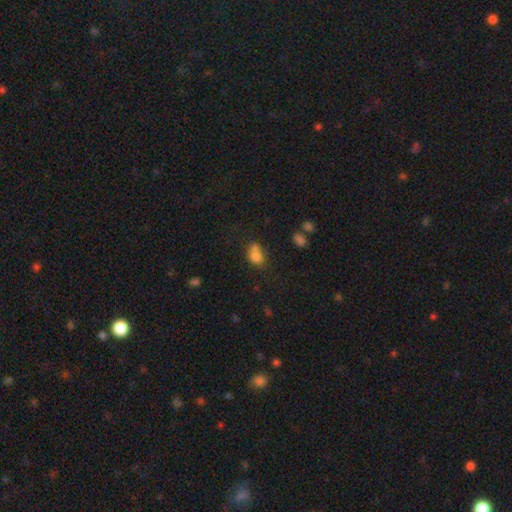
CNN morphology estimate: Smooth or featured? Predicted: smooth (p=0.76). How rounded? Predicted: in between (p=0.59). Merging? Predicted: merger (p=0.44).